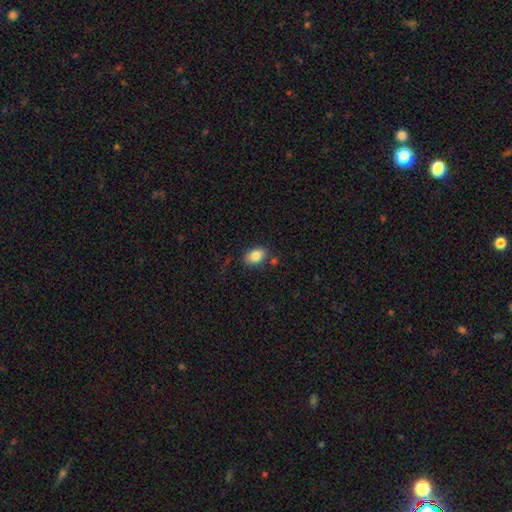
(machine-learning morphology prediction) Smooth or featured? smooth (85%)
How rounded? in between (82%)
Merging? none (79%)